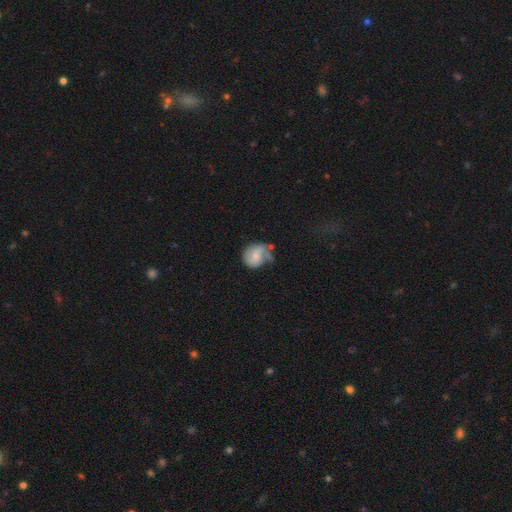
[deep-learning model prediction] smooth-or-featured: smooth: 53% | featured or disk: 39% | star or artifact: 8%
  how-rounded: round: 68% | in between: 31% | cigar-shaped: 1%
  merging: none: 36% | minor disturbance: 31% | major disturbance: 23% | merger: 10%